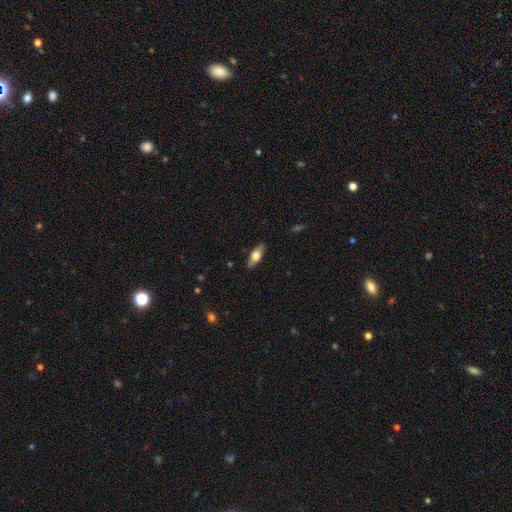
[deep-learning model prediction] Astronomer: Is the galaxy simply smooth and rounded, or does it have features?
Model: smooth — 58% (runner-up: featured or disk, 36%).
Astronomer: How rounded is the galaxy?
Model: in between — 70%.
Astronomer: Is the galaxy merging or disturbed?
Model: none — 87%.